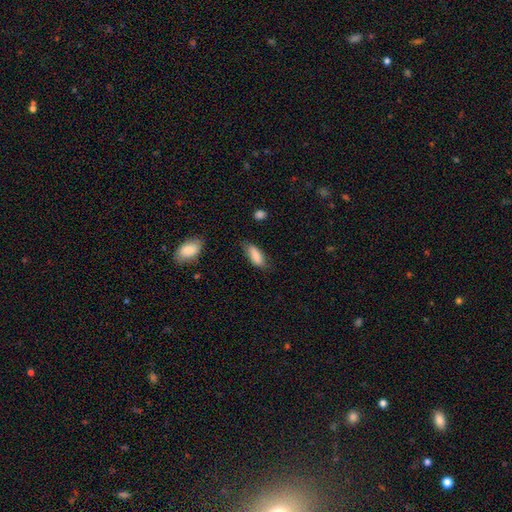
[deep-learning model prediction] smooth_or_featured: smooth (p=0.82) [alt: featured or disk p=0.12]
how_rounded: in between (p=0.72) [alt: cigar-shaped p=0.25]
merging: none (p=0.69) [alt: minor disturbance p=0.24]